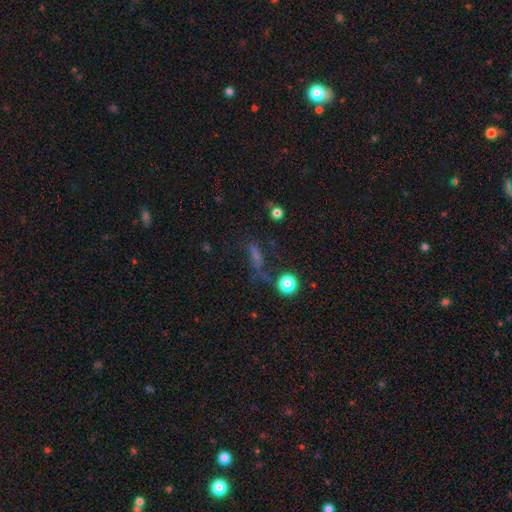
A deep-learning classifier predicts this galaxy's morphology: A smooth galaxy with no disk features (38%, tied with star or artifact).

Vote fractions:
- Smooth or featured? smooth: 38% (tied) / star or artifact: 38% (tied) / featured or disk: 25%
- Merging? none: 47% / major disturbance: 25% / minor disturbance: 19% / merger: 9%